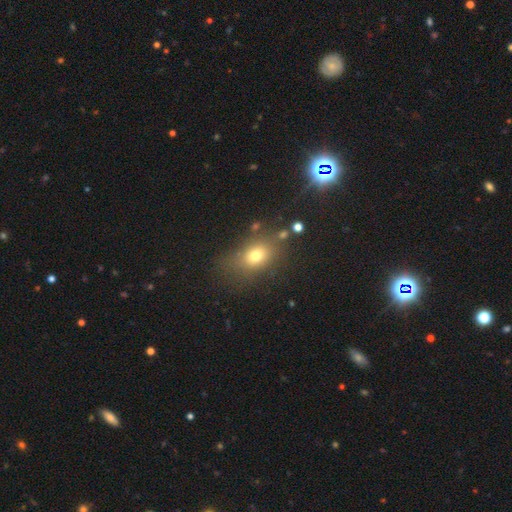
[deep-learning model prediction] A smooth galaxy with no disk features (73%) that is in between round and cigar-shaped (65%). Merging: none (70%).